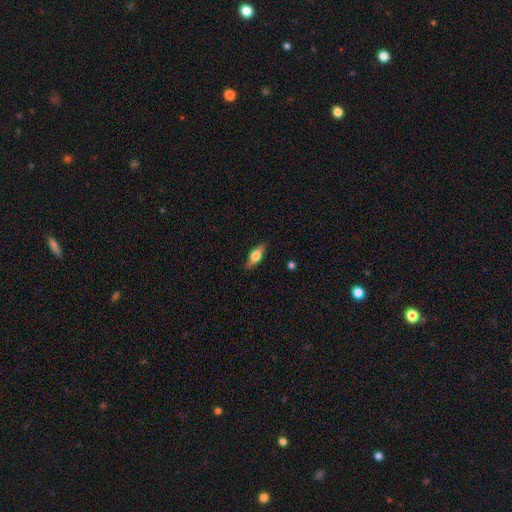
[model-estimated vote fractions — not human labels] Smooth or featured: smooth — 52% (featured or disk — 42%)
How rounded: in between — 60% (cigar-shaped — 35%)
Merging: none — 87% (minor disturbance — 10%)